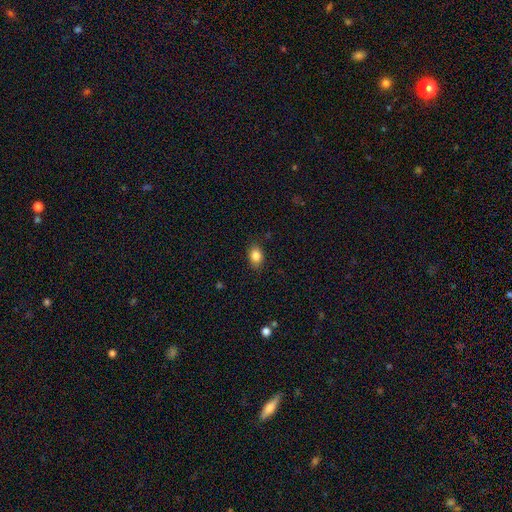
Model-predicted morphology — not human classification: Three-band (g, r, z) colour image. It shows a smooth galaxy with no disk features (85%) that is in between round and cigar-shaped (76%). Merging: none (85%).